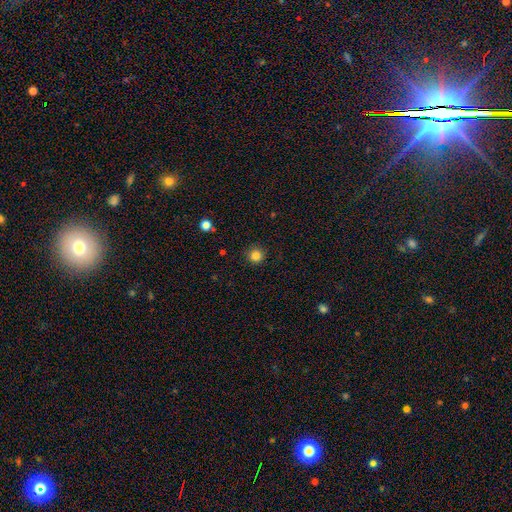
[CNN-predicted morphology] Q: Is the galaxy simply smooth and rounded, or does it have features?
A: smooth — 84%.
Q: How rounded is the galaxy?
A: round — 95%.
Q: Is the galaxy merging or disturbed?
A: none — 91%.